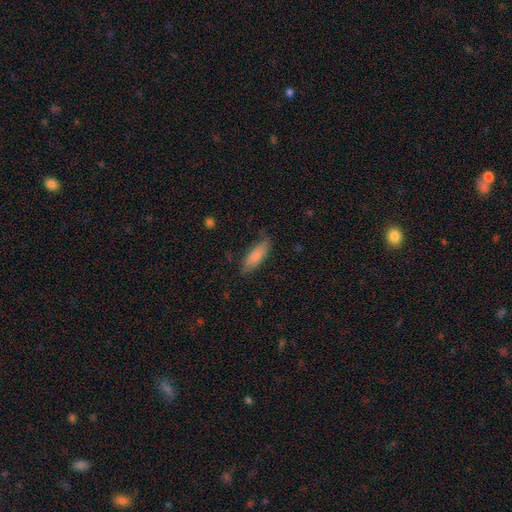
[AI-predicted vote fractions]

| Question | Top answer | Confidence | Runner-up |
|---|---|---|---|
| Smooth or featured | smooth | 85% | featured or disk (9%) |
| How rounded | in between | 57% | cigar-shaped (42%) |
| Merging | none | 77% | minor disturbance (18%) |